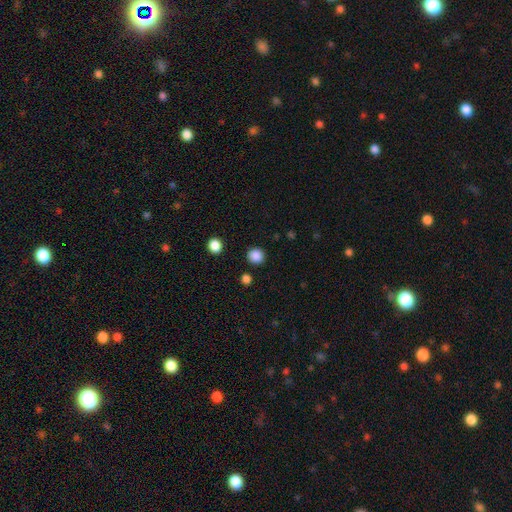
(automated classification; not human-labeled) This appears to be a smooth galaxy with no disk features (86%) that is round (93%). Merging: none (90%).